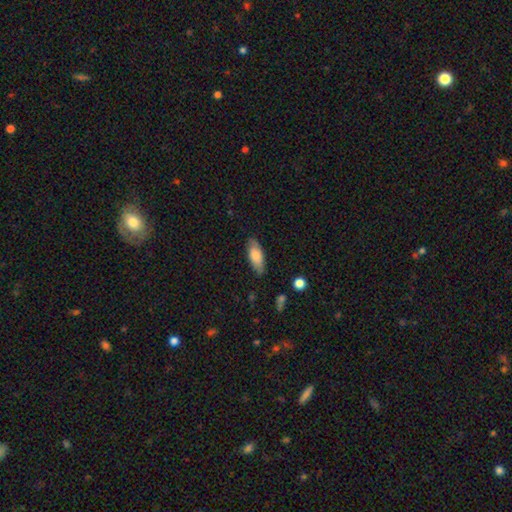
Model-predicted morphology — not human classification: Q: Smooth or featured?
A: smooth (76%); runner-up: featured or disk (18%)
Q: How rounded?
A: in between (78%); runner-up: cigar-shaped (20%)
Q: Merging?
A: none (79%); runner-up: minor disturbance (16%)